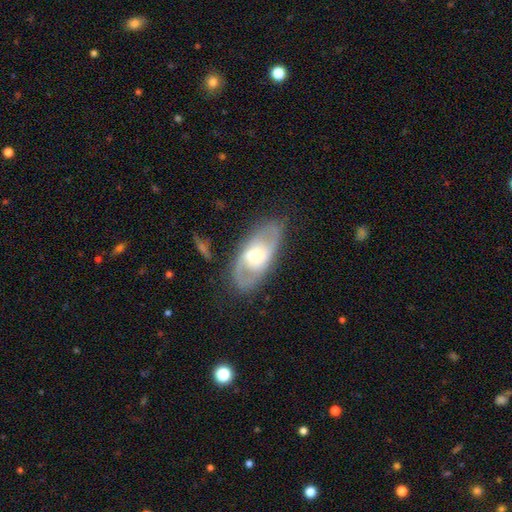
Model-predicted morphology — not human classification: This is likely a featured or disk galaxy (69%). It is clearly not viewed edge-on (90%). Bar: possibly no (46%). Spiral arm pattern: likely yes (76%). Central bulge: possibly moderate (57%). Merging: likely none (79%).